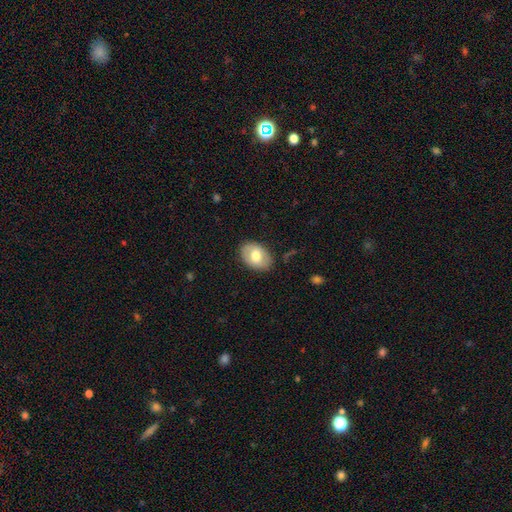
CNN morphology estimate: smooth 67%, featured or disk 27%, star or artifact 6%. Down the decision tree: how rounded — in between (81%); merging — none (85%).